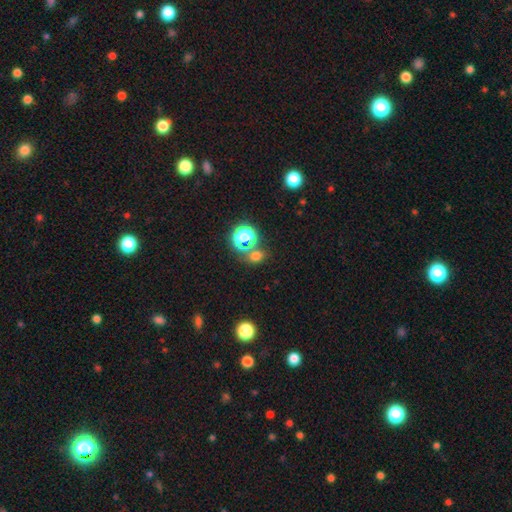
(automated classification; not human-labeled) smooth_or_featured: smooth (p=0.62) [alt: star or artifact p=0.30]
how_rounded: round (p=0.68) [alt: in between p=0.31]
merging: none (p=0.68) [alt: merger p=0.17]